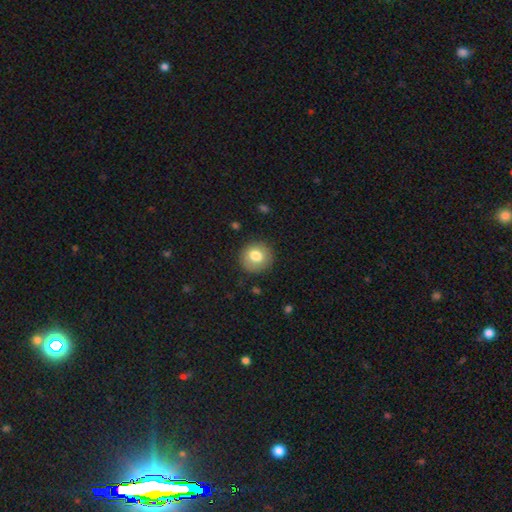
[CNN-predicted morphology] Q: Smooth or featured?
A: smooth (79%); runner-up: featured or disk (12%)
Q: How rounded?
A: round (91%); runner-up: in between (8%)
Q: Merging?
A: none (88%); runner-up: minor disturbance (8%)